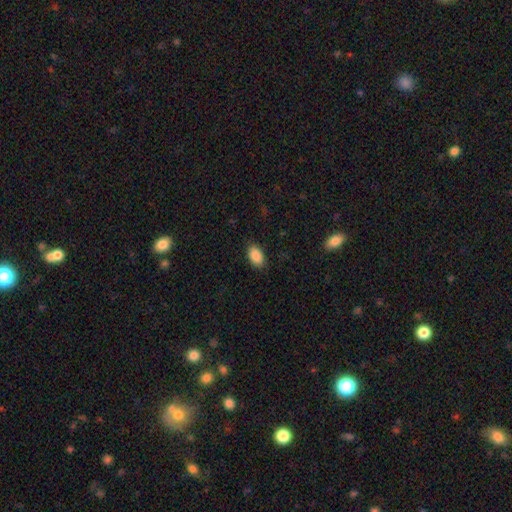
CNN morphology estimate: Smooth or featured? Predicted: smooth (p=0.89). How rounded? Predicted: in between (p=0.91). Merging? Predicted: none (p=0.87).